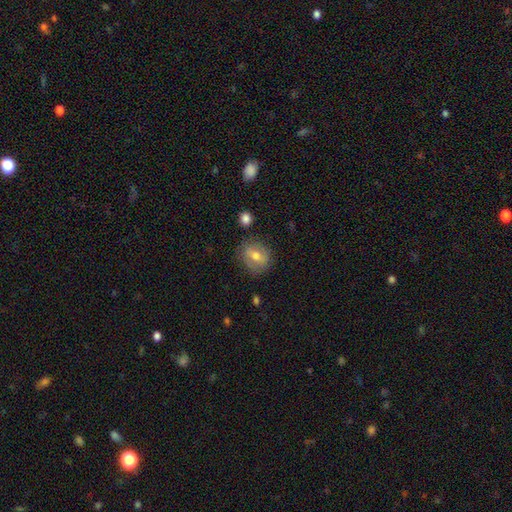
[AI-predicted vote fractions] The model was most divided on "smooth or featured": smooth: 59%, featured or disk: 33%, star or artifact: 8%. More confident: merging — none (74%); how rounded — round (69%).